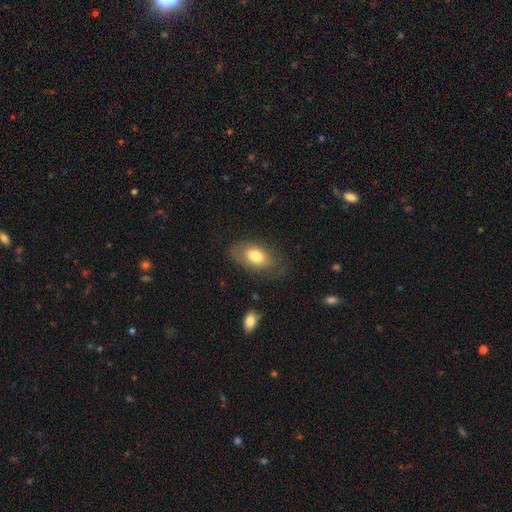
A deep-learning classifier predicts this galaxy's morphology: smooth-or-featured: smooth: 72% | featured or disk: 21% | star or artifact: 7%
  how-rounded: in between: 91% | round: 6% | cigar-shaped: 3%
  merging: none: 70% | minor disturbance: 20% | major disturbance: 8% | merger: 2%